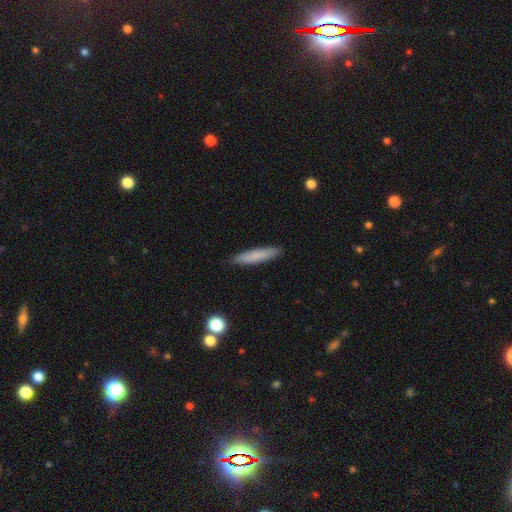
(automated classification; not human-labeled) Smooth or featured? Predicted: smooth (p=0.79). How rounded? Predicted: cigar-shaped (p=0.89). Merging? Predicted: none (p=0.90).